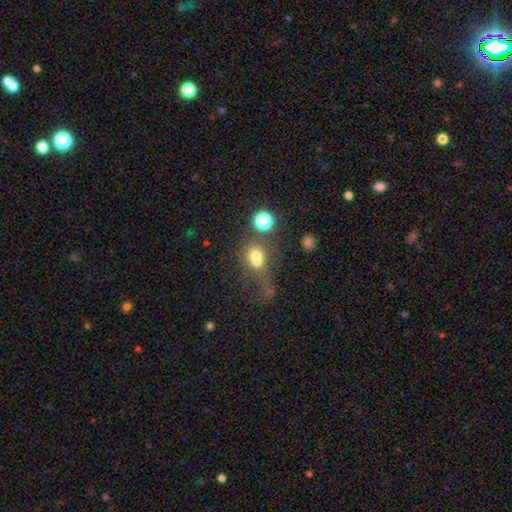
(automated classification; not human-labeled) Overall: smooth (62%). How rounded: round (55%; in between 43%). Merging: merger (52%; none 23%).